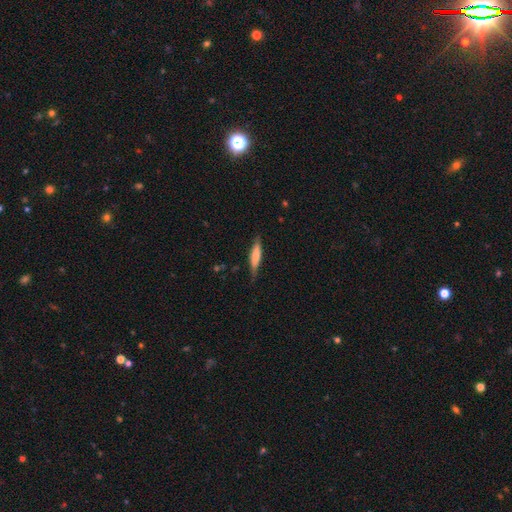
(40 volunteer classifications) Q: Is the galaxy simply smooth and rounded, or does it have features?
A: smooth — 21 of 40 (52%).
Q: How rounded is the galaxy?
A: cigar-shaped — 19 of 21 (90%).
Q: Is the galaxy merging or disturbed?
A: none — 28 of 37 (76%).